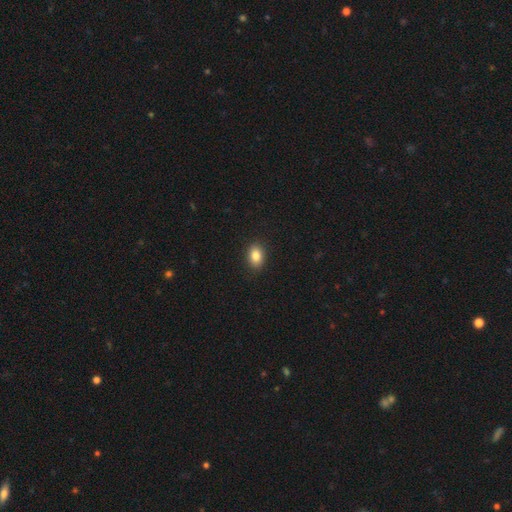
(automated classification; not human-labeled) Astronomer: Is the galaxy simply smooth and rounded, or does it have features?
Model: smooth — 84%.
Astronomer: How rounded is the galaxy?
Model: in between — 80%.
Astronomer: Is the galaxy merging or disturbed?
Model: none — 89%.